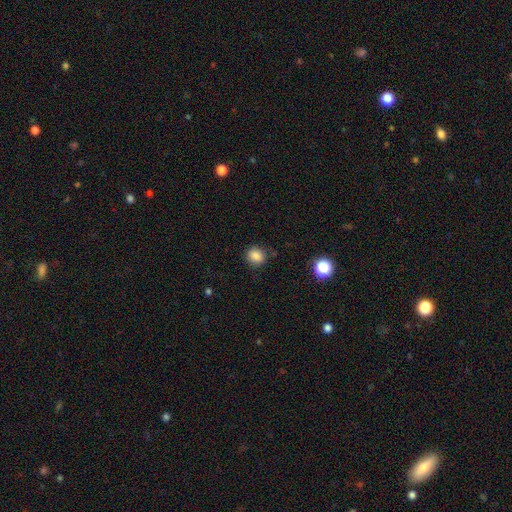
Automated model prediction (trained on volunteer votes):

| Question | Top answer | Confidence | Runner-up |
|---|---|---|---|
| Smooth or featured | smooth | 84% | star or artifact (11%) |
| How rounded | round | 75% | in between (24%) |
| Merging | none | 84% | minor disturbance (11%) |